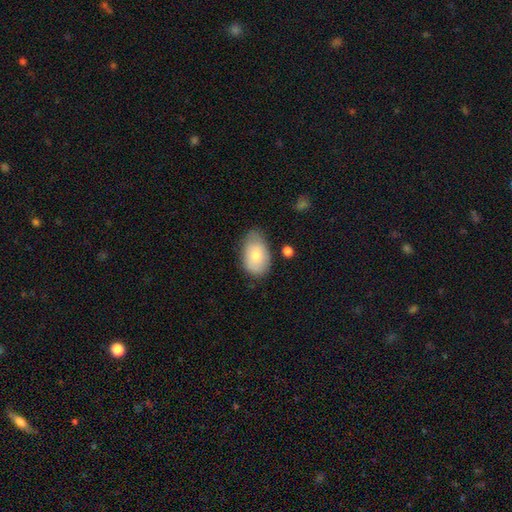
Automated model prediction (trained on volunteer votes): The model was most divided on "merging": none: 58%, minor disturbance: 32%, major disturbance: 7%, merger: 3%. More confident: how rounded — in between (89%); smooth or featured — smooth (76%).